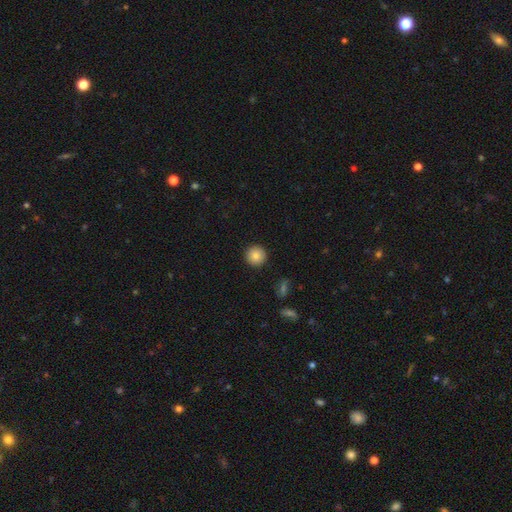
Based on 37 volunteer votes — Smooth or featured?
  - smooth: 92% *
  - star or artifact: 5%
  - featured or disk: 3%
How rounded?
  - round: 100% *
  - in between: 0%
  - cigar-shaped: 0%
Merging?
  - none: 97% *
  - merger: 3%
  - minor disturbance: 0%
  - major disturbance: 0%